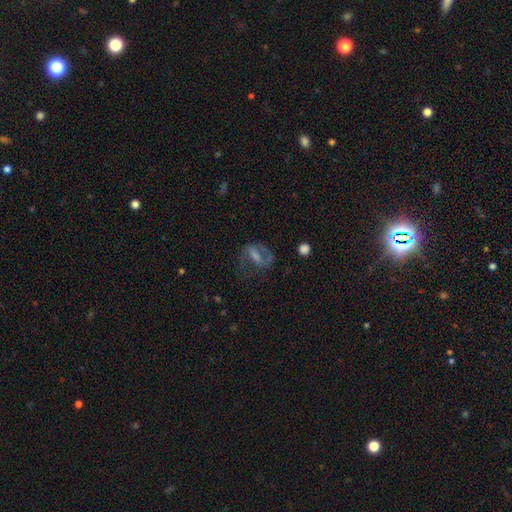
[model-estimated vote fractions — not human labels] Smooth or featured: featured or disk — 52% (smooth — 36%)
Edge-on disk: no — 92% (yes — 8%)
Merging: none — 44% (major disturbance — 33%)